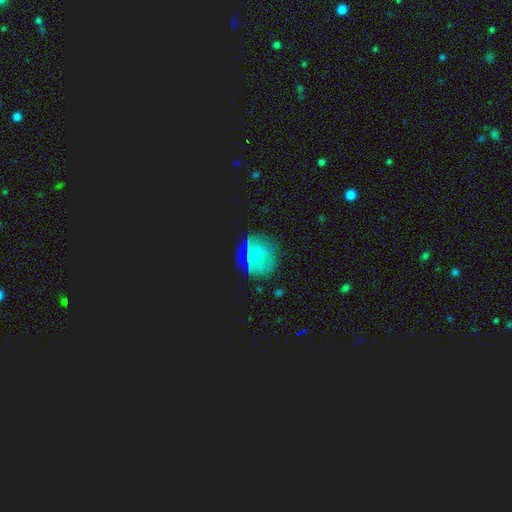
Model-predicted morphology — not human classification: Q: Smooth or featured?
A: star or artifact (42%); runner-up: smooth (38%)